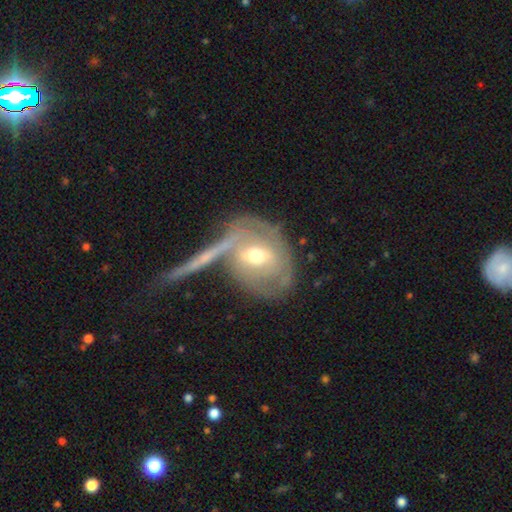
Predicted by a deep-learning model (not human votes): Overall: featured or disk (66%; smooth 28%). Edge-on disk: no (88%). Bar: weak (44%; no 32%). Spiral arms: yes (66%; no 34%). Bulge size: moderate (71%). Merging: none (47%; merger 26%).